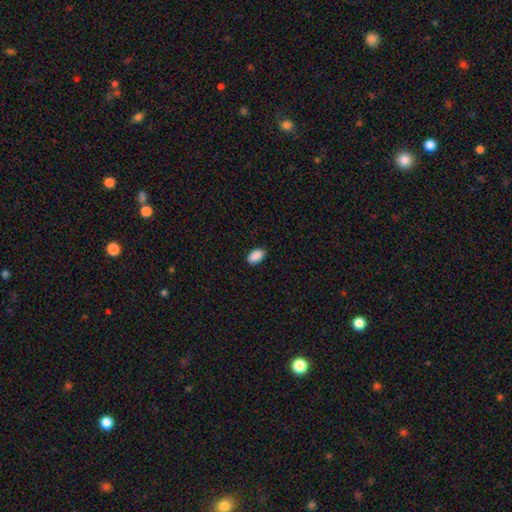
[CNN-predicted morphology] A smooth galaxy with no disk features (90%) that is in between round and cigar-shaped (93%). Merging: none (88%).